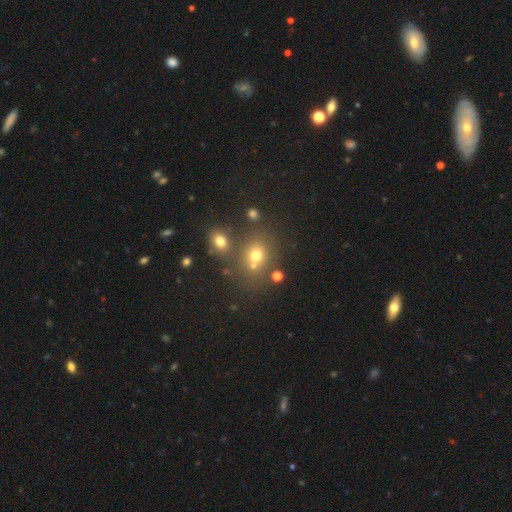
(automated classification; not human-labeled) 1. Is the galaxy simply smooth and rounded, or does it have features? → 64% smooth, 23% star or artifact, 13% featured or disk.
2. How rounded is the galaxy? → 70% round, 29% in between, 1% cigar-shaped.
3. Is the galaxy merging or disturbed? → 57% none, 28% merger, 10% minor disturbance, 5% major disturbance.